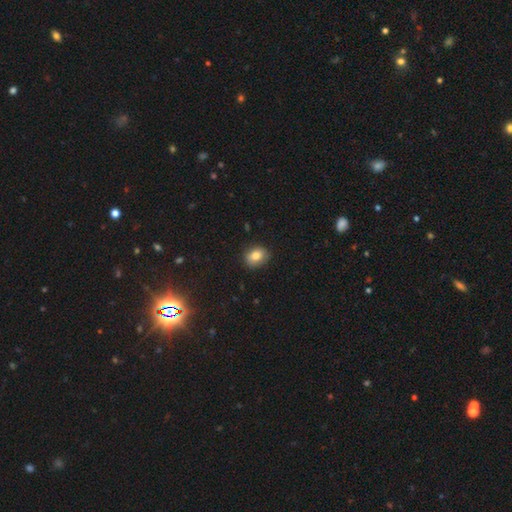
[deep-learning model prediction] Smooth or featured? smooth (82%)
How rounded? in between (58%)
Merging? none (84%)